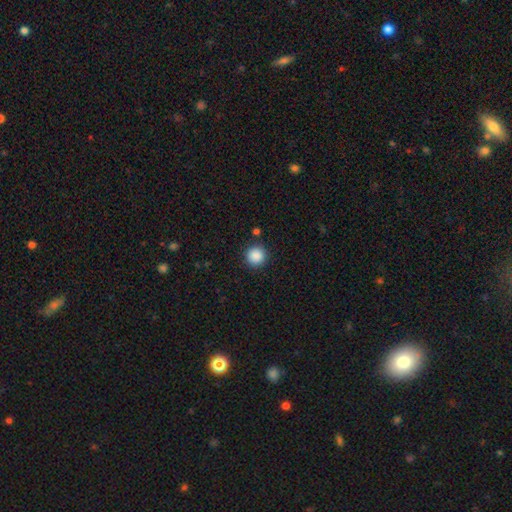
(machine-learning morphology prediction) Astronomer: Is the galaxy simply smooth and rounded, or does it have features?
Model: smooth — 88%.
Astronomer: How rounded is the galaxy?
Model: round — 94%.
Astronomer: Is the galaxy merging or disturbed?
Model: none — 90%.